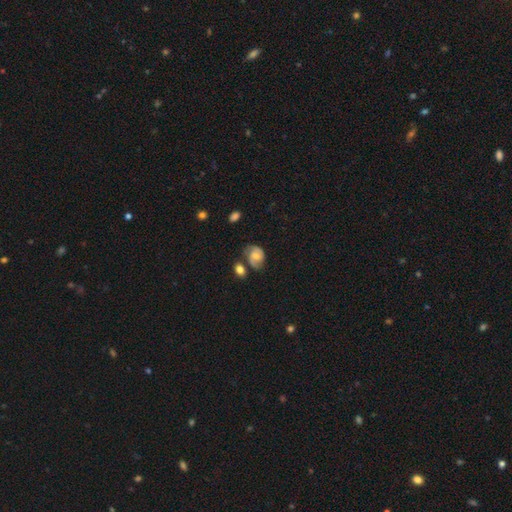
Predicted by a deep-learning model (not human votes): This appears to be a featured or disk galaxy (56%) with no bar (60%), spiral arms (87%) and a moderate central bulge (46%). Merging: none (51%).